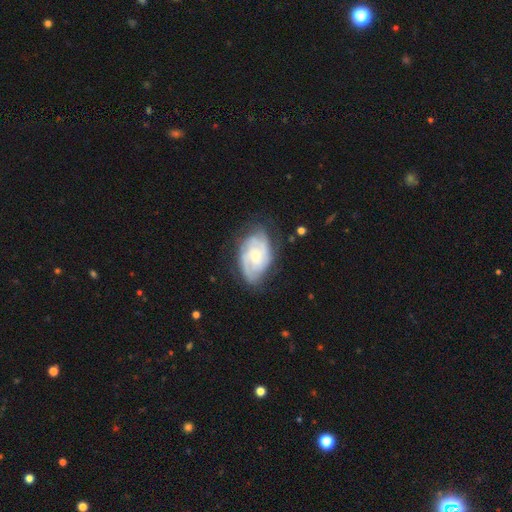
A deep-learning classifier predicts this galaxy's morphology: smooth_or_featured: featured or disk (p=0.81) [alt: smooth p=0.14]
disk_edge_on: no (p=0.97) [alt: yes p=0.03]
bar: no (p=0.69) [alt: weak p=0.27]
has_spiral_arms: yes (p=0.94) [alt: no p=0.06]
spiral_winding: tight (p=0.59) [alt: medium p=0.32]
spiral_arm_count: can't tell (p=0.32) [alt: 3 p=0.26]
bulge_size: small (p=0.52) [alt: moderate p=0.43]
merging: none (p=0.70) [alt: minor disturbance p=0.21]